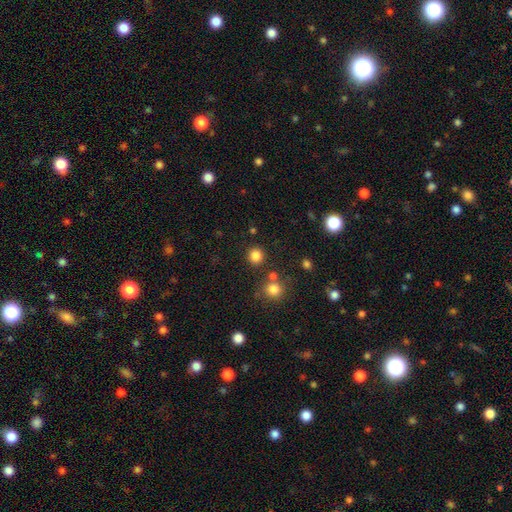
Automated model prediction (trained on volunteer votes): A smooth galaxy with no disk features (83%) that is round (91%). Merging: none (85%).